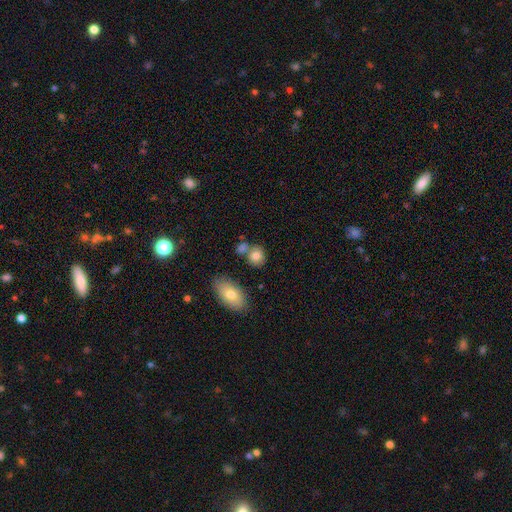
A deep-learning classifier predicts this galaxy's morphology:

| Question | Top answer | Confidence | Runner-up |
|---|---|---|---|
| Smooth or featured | smooth | 81% | featured or disk (10%) |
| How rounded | round | 67% | in between (31%) |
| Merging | none | 61% | merger (23%) |